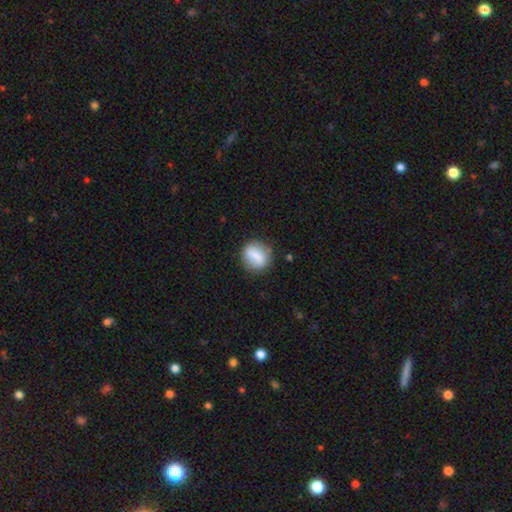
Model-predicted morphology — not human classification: The model was most divided on "how rounded": round: 65%, in between: 32%, cigar-shaped: 3%. More confident: merging — none (76%); smooth or featured — smooth (73%).